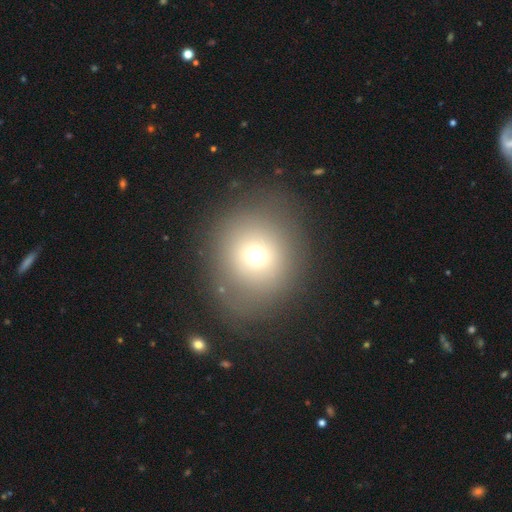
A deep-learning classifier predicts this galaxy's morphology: smooth_or_featured: smooth (p=0.68) [alt: featured or disk p=0.16]
how_rounded: round (p=0.81) [alt: in between p=0.18]
merging: none (p=0.81) [alt: minor disturbance p=0.11]